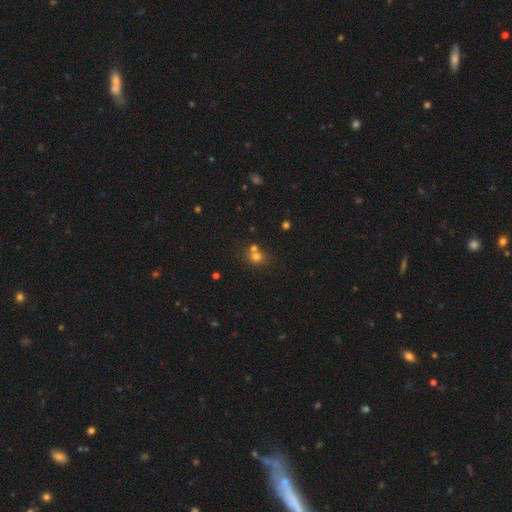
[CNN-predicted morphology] Smooth or featured? Predicted: smooth (p=0.67). How rounded? Predicted: round (p=0.76). Merging? Predicted: none (p=0.49).